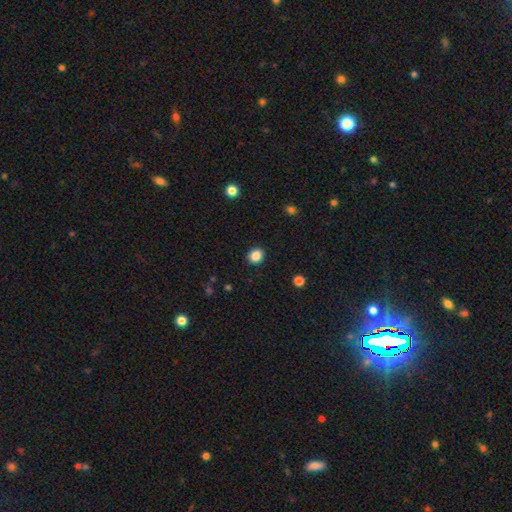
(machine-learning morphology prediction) Overall: smooth (86%). How rounded: round (77%). Merging: none (91%).